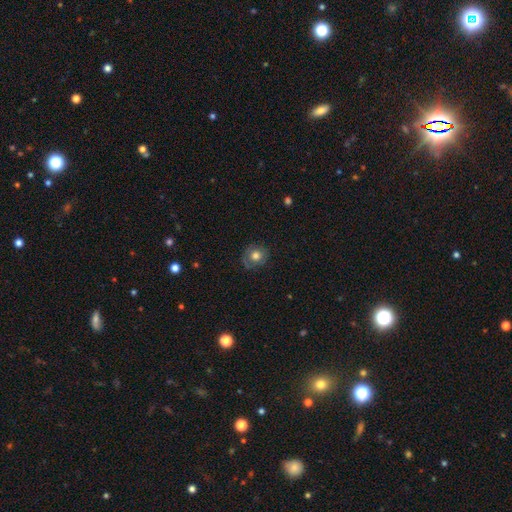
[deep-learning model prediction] Smooth or featured: smooth — 67% (featured or disk — 23%)
How rounded: round — 82% (in between — 17%)
Merging: none — 77% (minor disturbance — 16%)